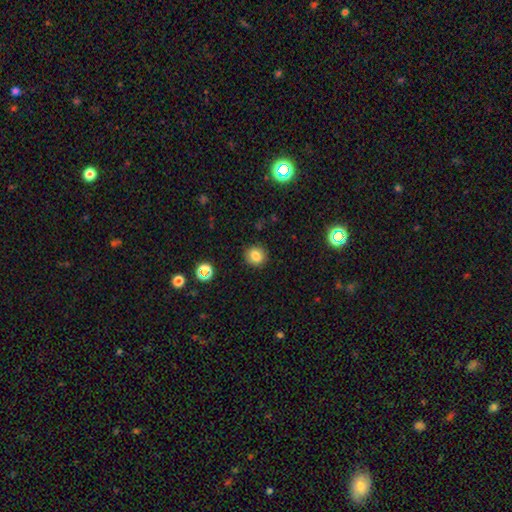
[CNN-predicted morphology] smooth-or-featured: smooth: 81% | star or artifact: 12% | featured or disk: 7%
  how-rounded: round: 87% | in between: 12% | cigar-shaped: 1%
  merging: none: 89% | minor disturbance: 7% | major disturbance: 2% | merger: 1%